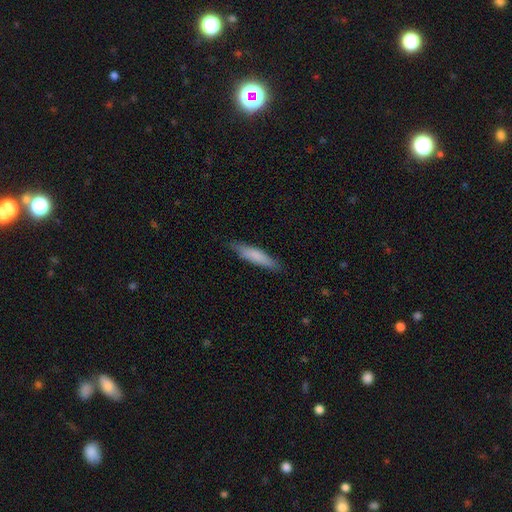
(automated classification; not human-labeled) The model was most divided on "smooth or featured": smooth: 77%, featured or disk: 18%, star or artifact: 6%. More confident: merging — none (84%); how rounded — cigar-shaped (83%).